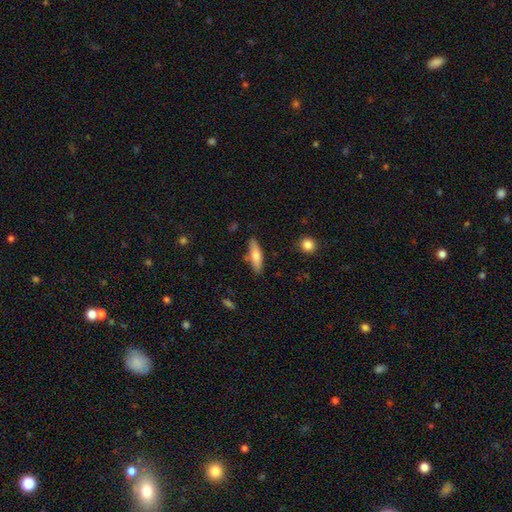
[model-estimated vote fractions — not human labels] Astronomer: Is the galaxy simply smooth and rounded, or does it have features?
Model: smooth — 71%.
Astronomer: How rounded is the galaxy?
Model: cigar-shaped — 58% (runner-up: in between, 40%).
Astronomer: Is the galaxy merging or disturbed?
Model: none — 79%.